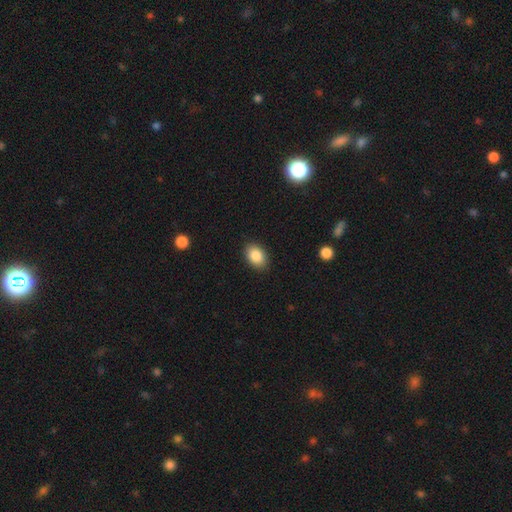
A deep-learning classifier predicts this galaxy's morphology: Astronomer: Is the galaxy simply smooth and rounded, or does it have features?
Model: smooth — 87%.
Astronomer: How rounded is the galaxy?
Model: in between — 83%.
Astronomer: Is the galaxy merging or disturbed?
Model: none — 88%.